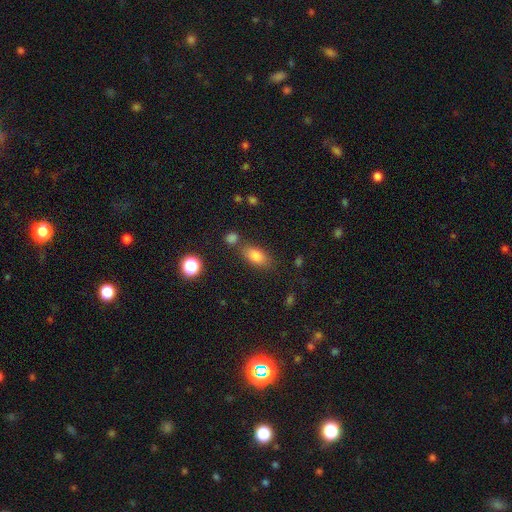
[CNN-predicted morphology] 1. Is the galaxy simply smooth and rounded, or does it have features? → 80% smooth, 11% star or artifact, 10% featured or disk.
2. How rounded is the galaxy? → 83% in between, 9% cigar-shaped, 8% round.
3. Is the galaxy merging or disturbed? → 70% none, 14% minor disturbance, 12% merger, 4% major disturbance.